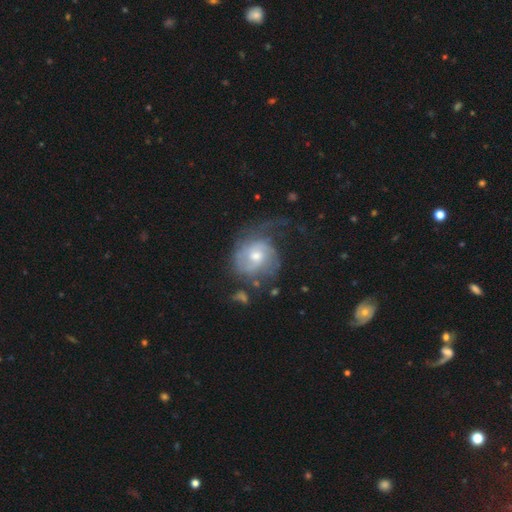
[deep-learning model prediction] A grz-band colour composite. It shows a featured or disk galaxy (73%) with no bar (62%), 2 (39%) tight (41%) spiral arms (86%) and a moderate central bulge (66%). Merging: none (42%).